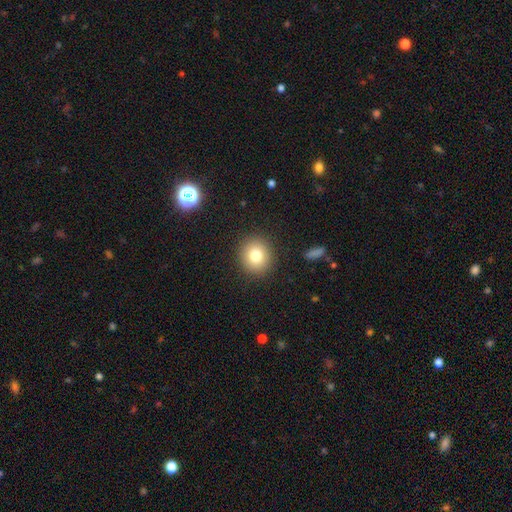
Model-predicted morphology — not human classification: This is likely a smooth galaxy (79%). How rounded: clearly round (86%). Merging: clearly none (90%).